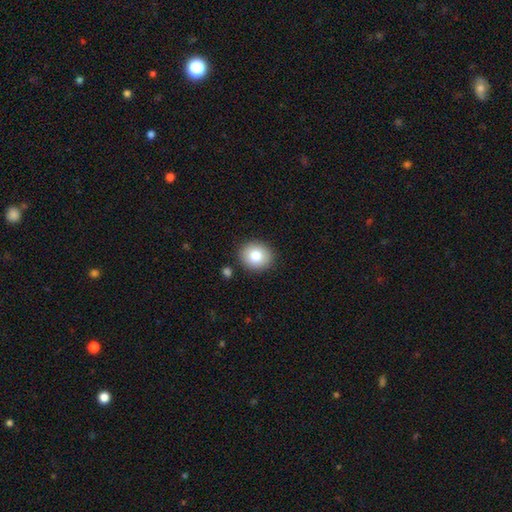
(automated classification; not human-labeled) Smooth or featured?
  - smooth: 82% *
  - featured or disk: 9%
  - star or artifact: 9%
How rounded?
  - round: 74% *
  - in between: 25%
  - cigar-shaped: 1%
Merging?
  - none: 88% *
  - minor disturbance: 7%
  - merger: 2%
  - major disturbance: 2%